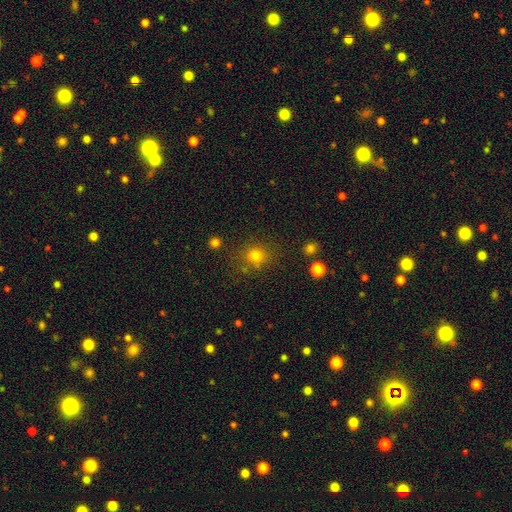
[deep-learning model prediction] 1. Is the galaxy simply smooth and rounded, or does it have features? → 77% smooth, 16% star or artifact, 7% featured or disk.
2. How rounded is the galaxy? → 84% round, 15% in between, 1% cigar-shaped.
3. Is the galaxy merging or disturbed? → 78% none, 11% minor disturbance, 6% merger, 5% major disturbance.